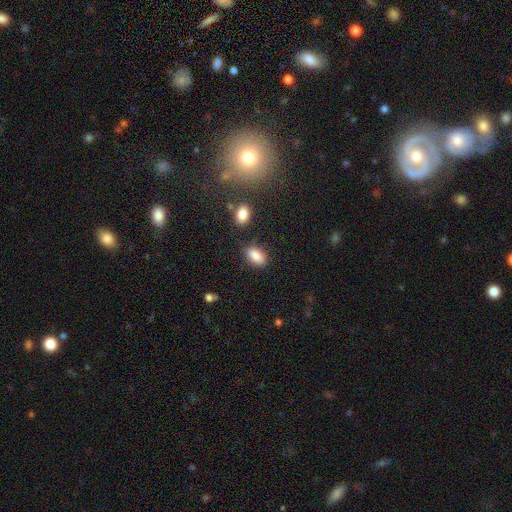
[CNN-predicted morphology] A smooth galaxy with no disk features (87%) that is in between round and cigar-shaped (90%).

Vote fractions:
- Smooth or featured? smooth: 87% / star or artifact: 8% / featured or disk: 5%
- How rounded? in between: 90% / cigar-shaped: 5% / round: 5%
- Merging? none: 78% / minor disturbance: 14% / merger: 4% / major disturbance: 4%